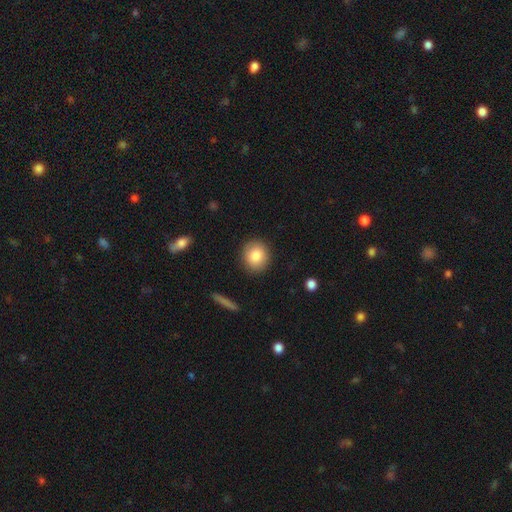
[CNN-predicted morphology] Smooth or featured: smooth — 84% (star or artifact — 8%)
How rounded: round — 84% (in between — 15%)
Merging: none — 90% (minor disturbance — 7%)